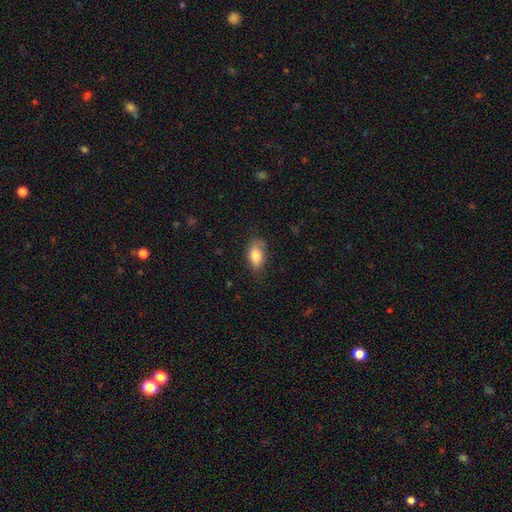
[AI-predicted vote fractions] The model was most divided on "merging": none: 68%, minor disturbance: 25%, major disturbance: 6%, merger: 1%. More confident: how rounded — in between (91%); smooth or featured — smooth (80%).